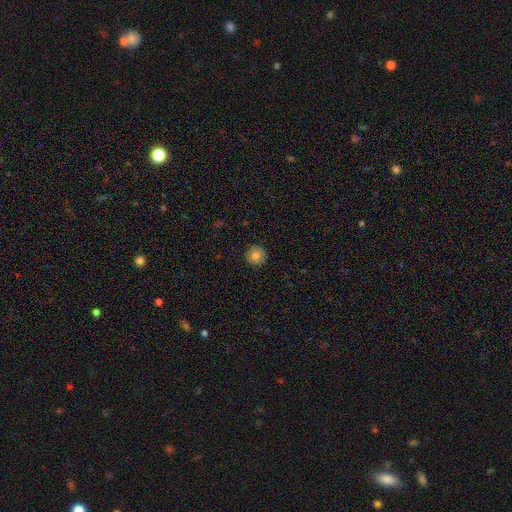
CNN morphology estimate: A smooth galaxy with no disk features (81%) that is round (95%).

Vote fractions:
- Smooth or featured? smooth: 81% / featured or disk: 9% / star or artifact: 9%
- How rounded? round: 95% / in between: 4% / cigar-shaped: 1%
- Merging? none: 91% / minor disturbance: 7% / major disturbance: 2% / merger: 1%